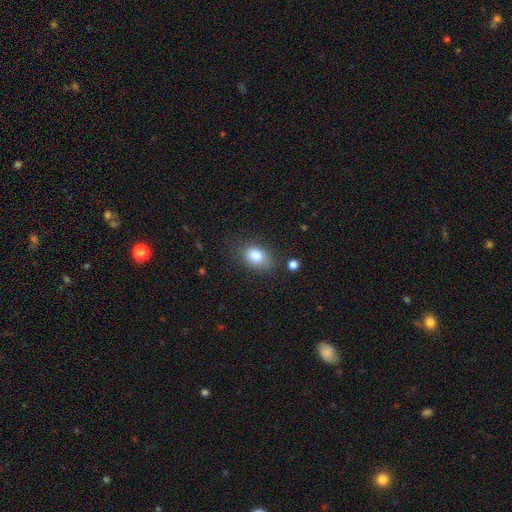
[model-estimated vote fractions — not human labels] Q: Smooth or featured?
A: smooth (83%); runner-up: star or artifact (9%)
Q: How rounded?
A: in between (78%); runner-up: round (20%)
Q: Merging?
A: none (73%); runner-up: minor disturbance (18%)